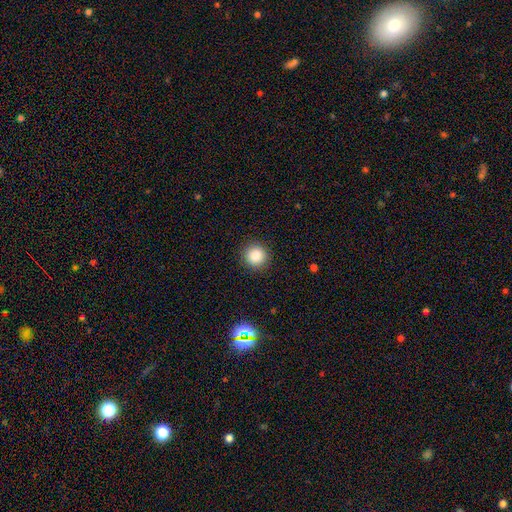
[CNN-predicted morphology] A smooth galaxy with no disk features (85%) that is round (94%). Merging: none (91%).